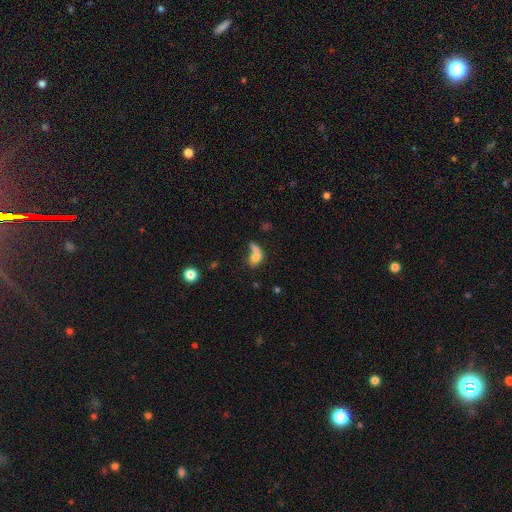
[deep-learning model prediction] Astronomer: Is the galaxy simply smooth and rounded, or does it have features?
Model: smooth — 65%.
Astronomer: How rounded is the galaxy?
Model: in between — 68%.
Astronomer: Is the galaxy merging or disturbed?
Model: merger — 50%.